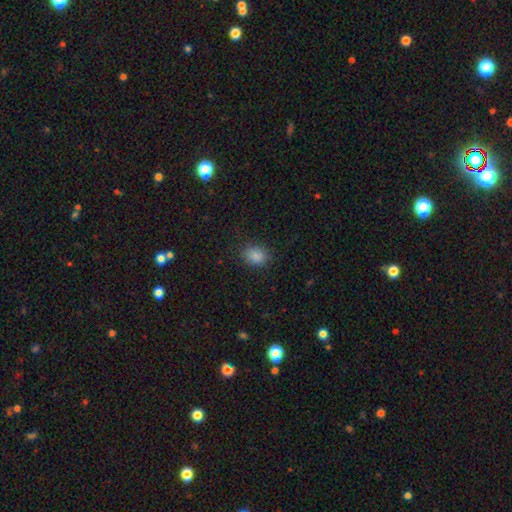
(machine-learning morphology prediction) Q: Smooth or featured?
A: smooth (86%); runner-up: star or artifact (10%)
Q: How rounded?
A: in between (59%); runner-up: round (40%)
Q: Merging?
A: none (83%); runner-up: minor disturbance (12%)